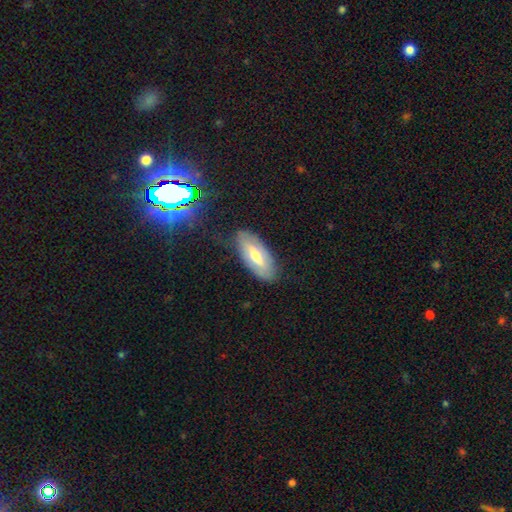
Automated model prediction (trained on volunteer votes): Smooth or featured: smooth — 46% (tied with featured or disk — 46%)
Merging: none — 82% (minor disturbance — 13%)